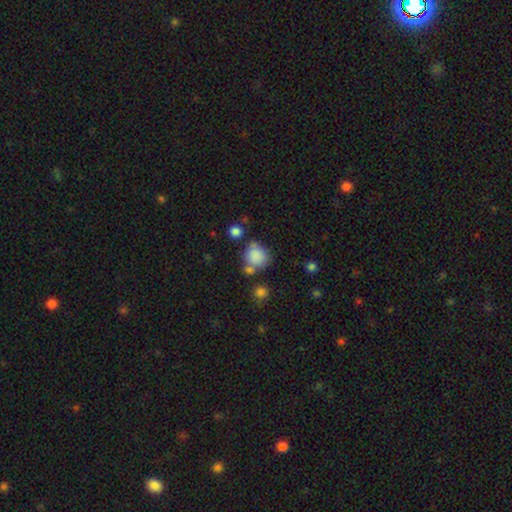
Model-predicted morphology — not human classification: Overall: smooth (82%). How rounded: round (76%). Merging: none (52%; merger 22%).